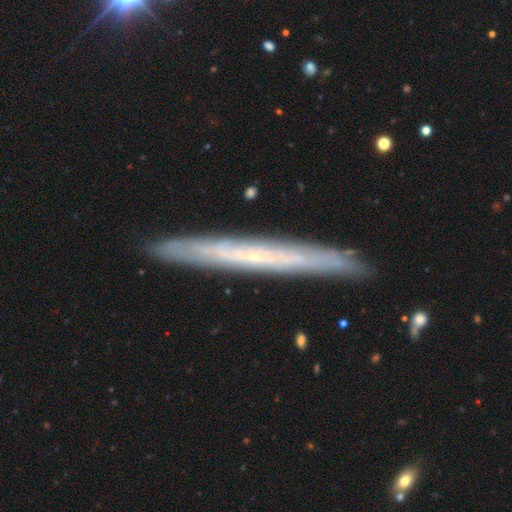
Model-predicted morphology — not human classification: Q: Smooth or featured?
A: featured or disk (66%); runner-up: smooth (26%)
Q: Edge-on disk?
A: yes (91%); runner-up: no (9%)
Q: Edge-on bulge?
A: none (83%); runner-up: rounded (14%)
Q: Merging?
A: none (90%); runner-up: minor disturbance (8%)